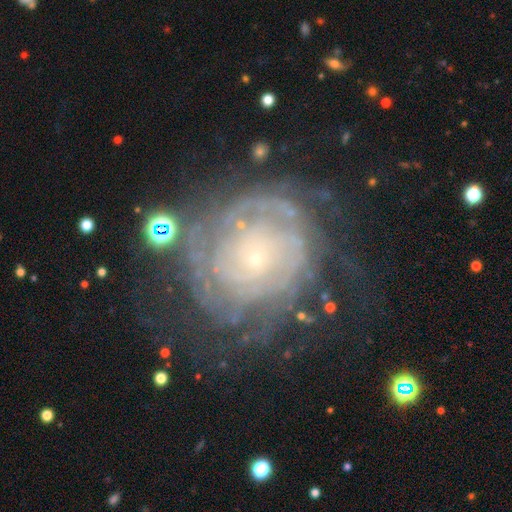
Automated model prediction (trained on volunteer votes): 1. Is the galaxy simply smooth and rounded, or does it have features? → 81% featured or disk, 11% smooth, 8% star or artifact.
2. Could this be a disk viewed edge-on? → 97% no, 3% yes.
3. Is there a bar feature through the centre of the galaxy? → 82% no, 13% weak, 4% strong.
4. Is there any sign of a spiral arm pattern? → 89% yes, 11% no.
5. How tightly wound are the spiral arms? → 77% tight, 17% medium, 6% loose.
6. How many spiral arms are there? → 45% can't tell, 13% 4, 13% 2, 11% 3, 11% more than 4, 7% 1.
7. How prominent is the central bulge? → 88% small, 7% moderate, 2% none, 2% large, 1% dominant.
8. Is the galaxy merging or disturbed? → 61% none, 19% minor disturbance, 17% major disturbance, 3% merger.